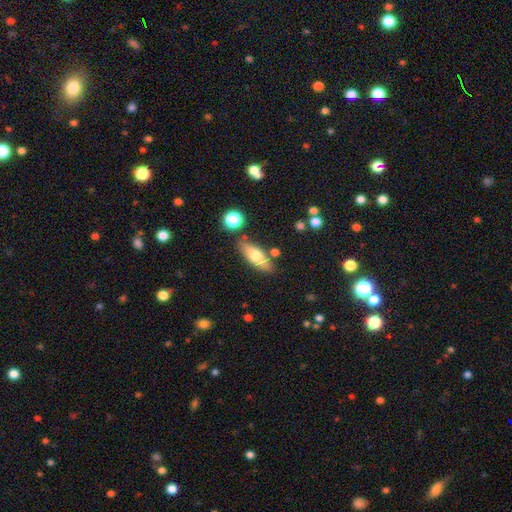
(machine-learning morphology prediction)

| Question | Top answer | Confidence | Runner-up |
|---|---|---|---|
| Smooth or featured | smooth | 64% | featured or disk (29%) |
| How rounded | in between | 65% | cigar-shaped (32%) |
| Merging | none | 78% | minor disturbance (13%) |